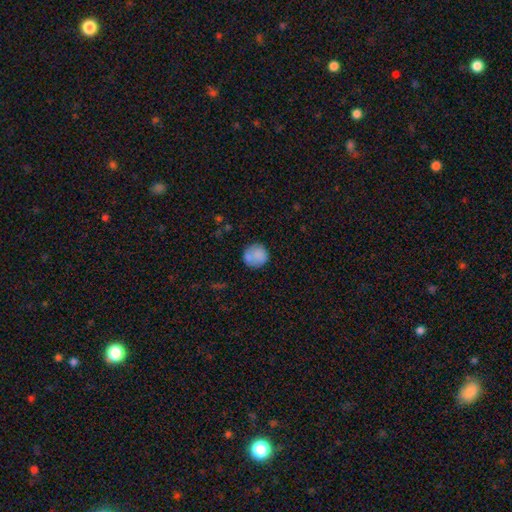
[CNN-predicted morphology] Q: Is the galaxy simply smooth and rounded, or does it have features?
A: smooth — 80%.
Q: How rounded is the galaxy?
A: round — 91%.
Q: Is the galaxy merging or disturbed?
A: none — 70%.